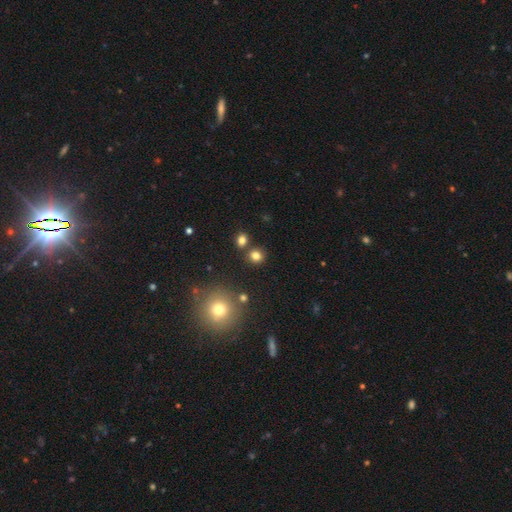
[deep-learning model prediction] Q: Smooth or featured?
A: smooth (79%); runner-up: star or artifact (15%)
Q: How rounded?
A: round (83%); runner-up: in between (16%)
Q: Merging?
A: none (79%); runner-up: merger (10%)